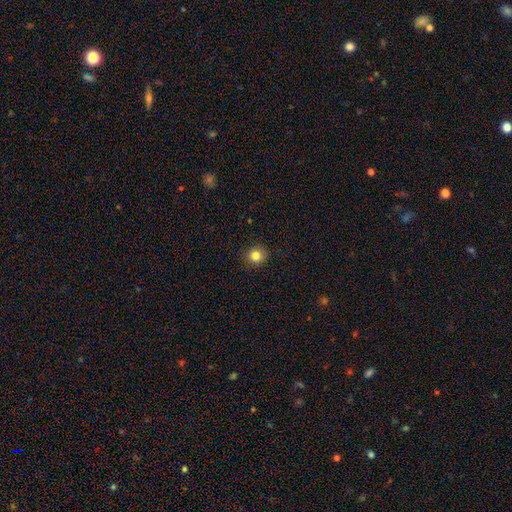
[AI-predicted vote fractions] smooth-or-featured: smooth: 83% | star or artifact: 12% | featured or disk: 5%
  how-rounded: round: 89% | in between: 10% | cigar-shaped: 1%
  merging: none: 91% | minor disturbance: 6% | major disturbance: 2% | merger: 1%